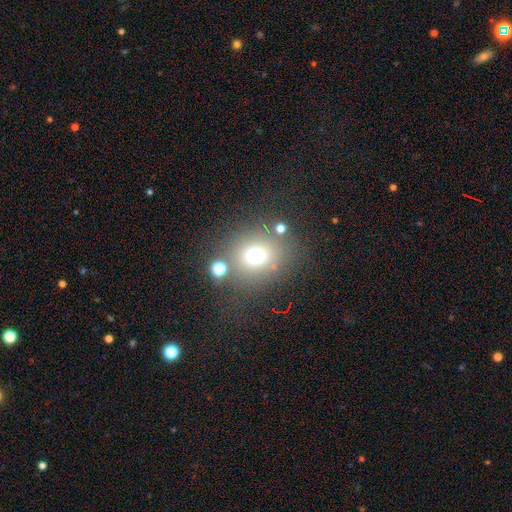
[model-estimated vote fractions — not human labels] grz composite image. It shows a smooth galaxy with no disk features (66%) that is round (72%). Merging: none (71%).